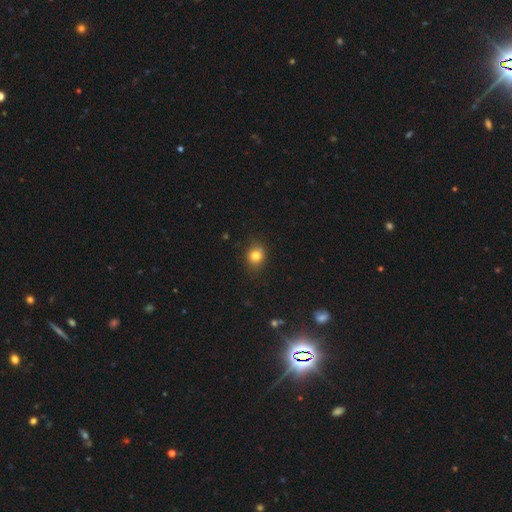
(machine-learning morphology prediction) Smooth or featured: smooth — 81% (star or artifact — 12%)
How rounded: round — 66% (in between — 33%)
Merging: none — 82% (minor disturbance — 14%)